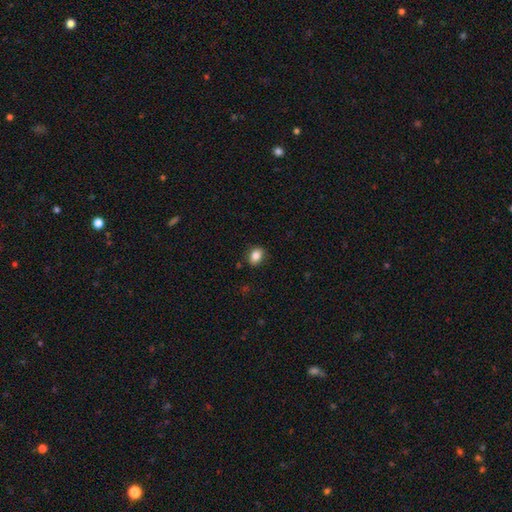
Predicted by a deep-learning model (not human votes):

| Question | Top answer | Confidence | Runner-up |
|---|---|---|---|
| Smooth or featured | smooth | 85% | star or artifact (9%) |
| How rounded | in between | 61% | round (38%) |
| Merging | none | 86% | minor disturbance (10%) |